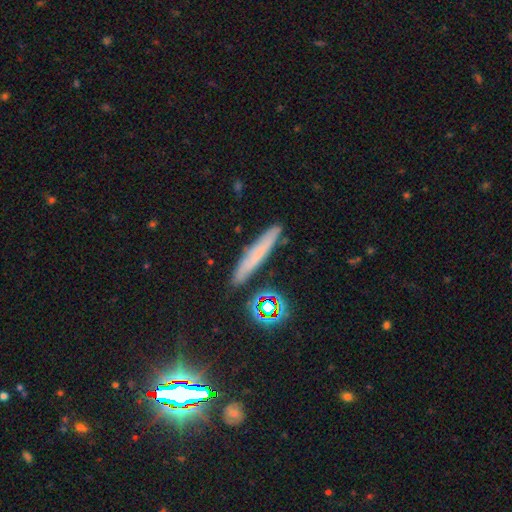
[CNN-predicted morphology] smooth_or_featured: smooth (p=0.56) [alt: featured or disk p=0.27]
how_rounded: cigar-shaped (p=0.90) [alt: in between p=0.06]
merging: none (p=0.82) [alt: minor disturbance p=0.12]